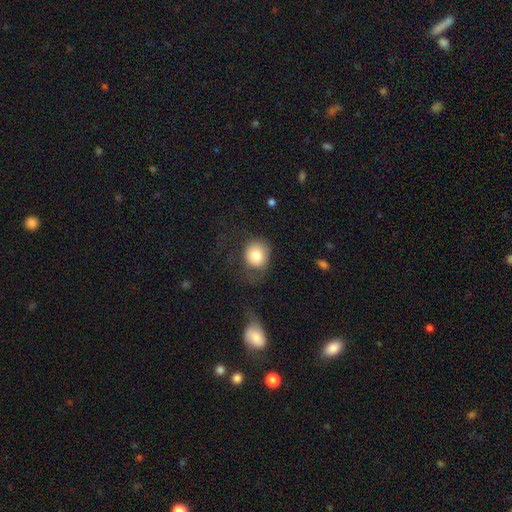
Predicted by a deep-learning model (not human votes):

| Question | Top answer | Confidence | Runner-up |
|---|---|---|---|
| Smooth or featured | smooth | 80% | featured or disk (11%) |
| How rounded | round | 79% | in between (20%) |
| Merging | none | 52% | major disturbance (24%) |